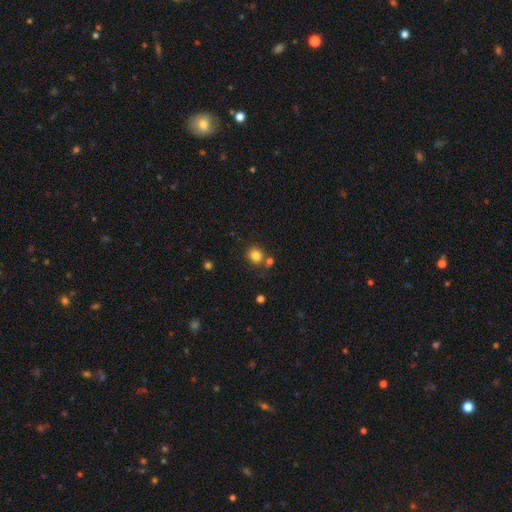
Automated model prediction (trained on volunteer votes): A smooth galaxy with no disk features (83%) that is round (84%).

Vote fractions:
- Smooth or featured? smooth: 83% / star or artifact: 12% / featured or disk: 6%
- How rounded? round: 84% / in between: 15% / cigar-shaped: 1%
- Merging? none: 72% / merger: 15% / minor disturbance: 10% / major disturbance: 3%